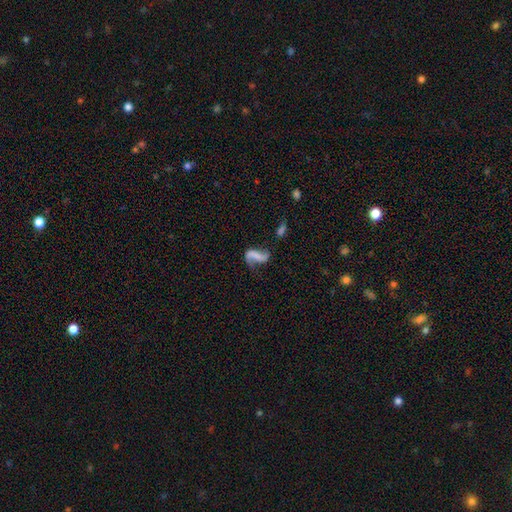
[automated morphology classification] A featured or disk galaxy (75%) with no bar (37%), 2 (84%) loose (78%) spiral arms (91%) and no central bulge (67%). Merging: none (57%).